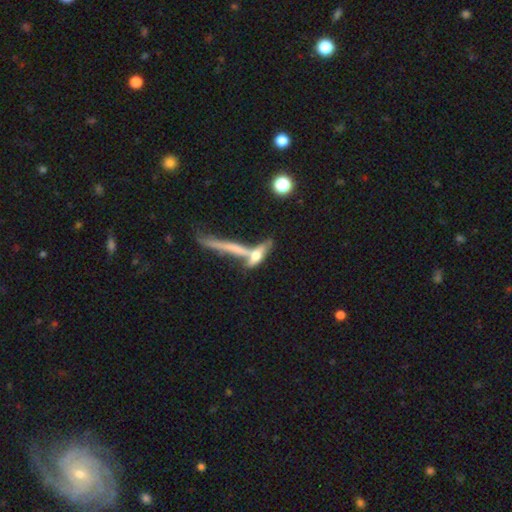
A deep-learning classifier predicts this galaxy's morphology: Smooth or featured? Predicted: smooth (p=0.50). How rounded? Predicted: cigar-shaped (p=0.66). Merging? Predicted: merger (p=0.45).